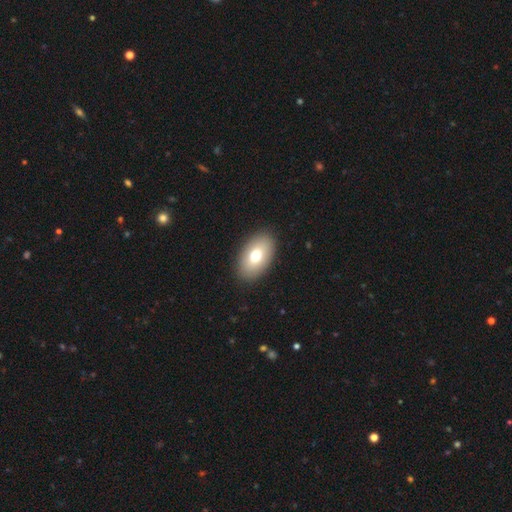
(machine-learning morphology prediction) smooth-or-featured: smooth: 74% | featured or disk: 18% | star or artifact: 8%
  how-rounded: in between: 92% | round: 7% | cigar-shaped: 1%
  merging: none: 89% | minor disturbance: 7% | major disturbance: 2% | merger: 1%